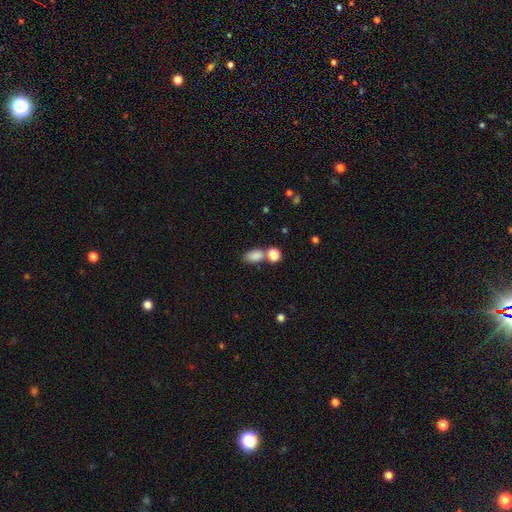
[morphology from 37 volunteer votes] A smooth galaxy with no disk features (86%) that is in between round and cigar-shaped (91%). Merging: none (54%).